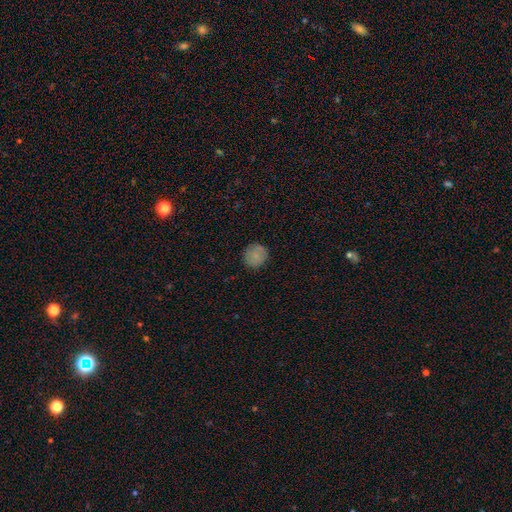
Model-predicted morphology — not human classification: A smooth galaxy with no disk features (84%) that is round (88%). Merging: none (87%).